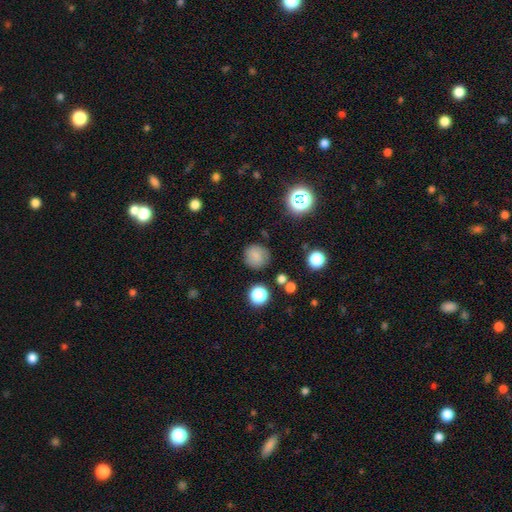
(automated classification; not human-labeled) smooth_or_featured: smooth (p=0.76) [alt: star or artifact p=0.14]
how_rounded: round (p=0.88) [alt: in between p=0.11]
merging: none (p=0.80) [alt: minor disturbance p=0.13]